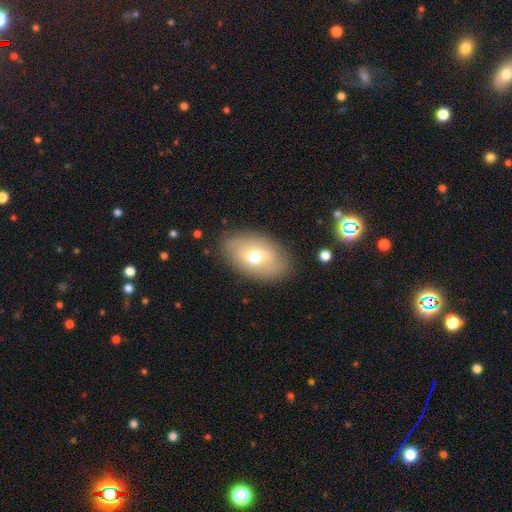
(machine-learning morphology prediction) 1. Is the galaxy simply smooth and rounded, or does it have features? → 51% smooth, 40% featured or disk, 9% star or artifact.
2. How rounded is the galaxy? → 88% in between, 10% round, 2% cigar-shaped.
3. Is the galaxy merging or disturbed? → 82% none, 13% minor disturbance, 4% major disturbance, 2% merger.